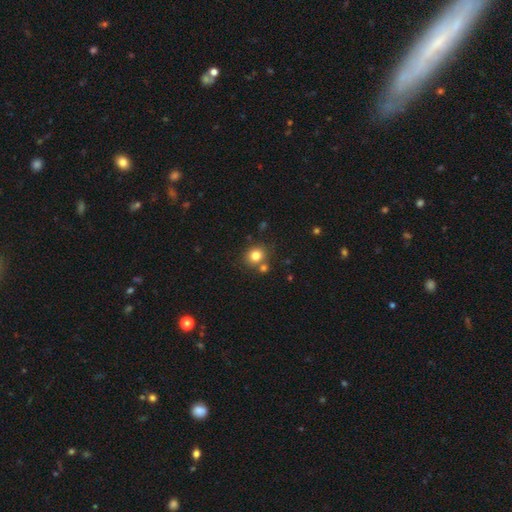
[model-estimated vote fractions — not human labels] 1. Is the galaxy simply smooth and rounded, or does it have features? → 80% smooth, 12% star or artifact, 8% featured or disk.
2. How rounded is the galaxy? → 80% round, 19% in between, 1% cigar-shaped.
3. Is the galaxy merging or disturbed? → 71% none, 17% merger, 9% minor disturbance, 3% major disturbance.